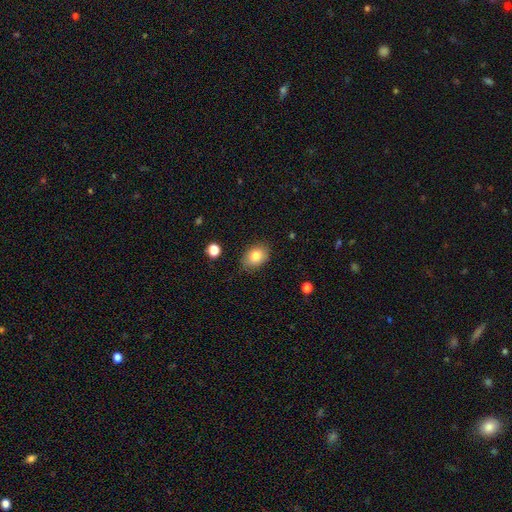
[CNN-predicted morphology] This is clearly a smooth galaxy (80%). How rounded: likely in between (76%). Merging: clearly none (81%).